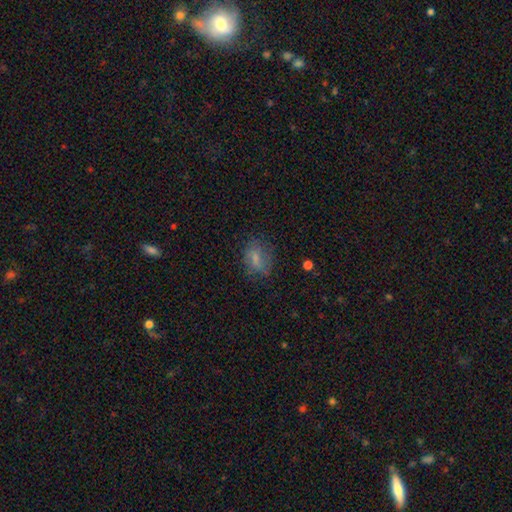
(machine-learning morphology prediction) This appears to be a smooth galaxy with no disk features (67%) that is in between round and cigar-shaped (71%). Merging: none (66%).